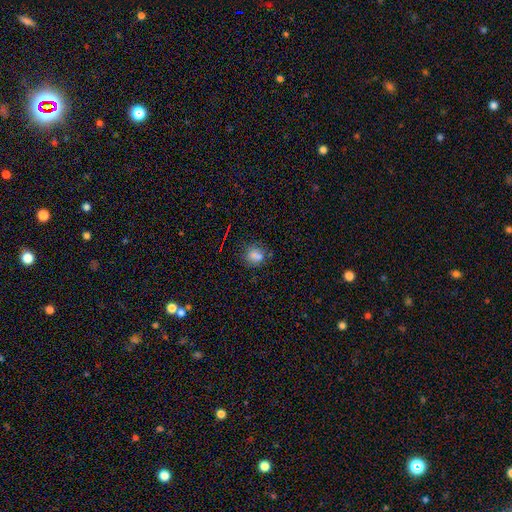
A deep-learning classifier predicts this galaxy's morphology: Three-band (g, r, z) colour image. It shows a smooth galaxy with no disk features (75%) that is round (69%). Merging: none (75%).